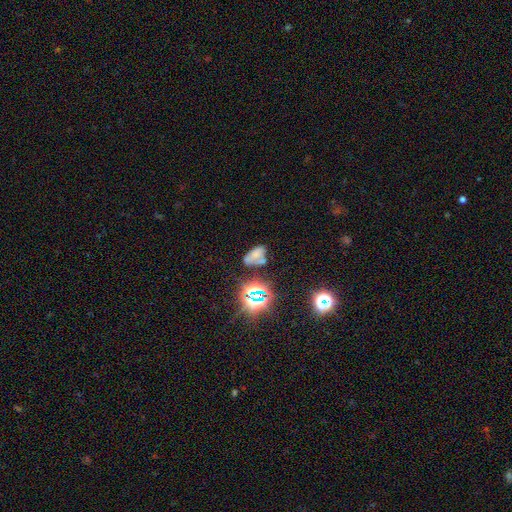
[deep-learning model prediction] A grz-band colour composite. It shows a smooth galaxy with no disk features (45%). Merging: none (38%).